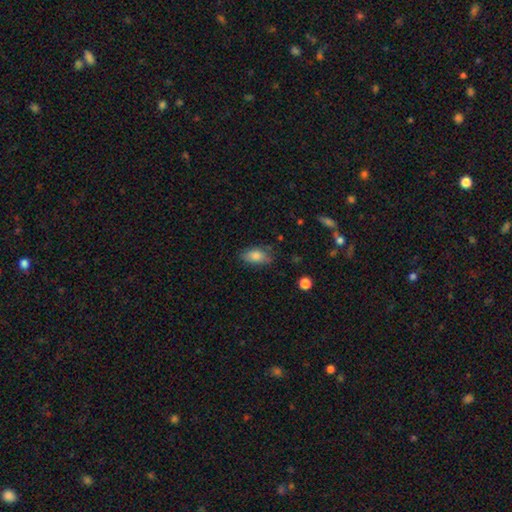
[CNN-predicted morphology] type=smooth (80%); roundness=in between (88%); merging=none (71%).